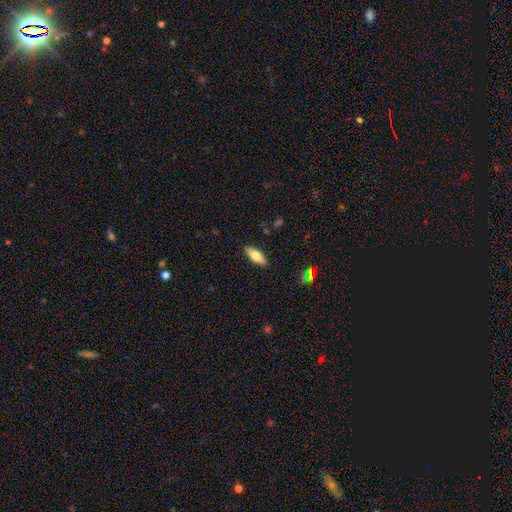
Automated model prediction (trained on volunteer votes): This is likely a smooth galaxy (64%). How rounded: likely in between (68%). Merging: clearly none (88%).